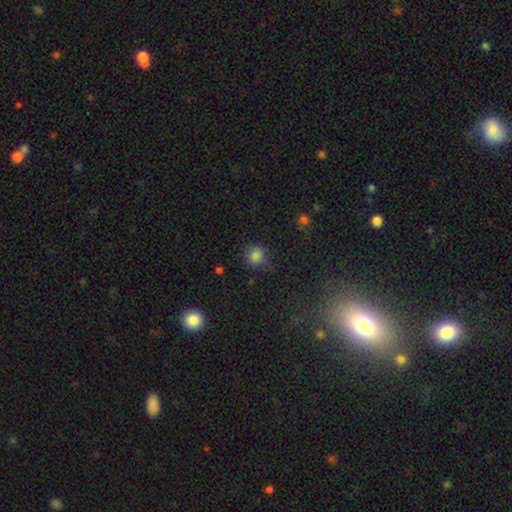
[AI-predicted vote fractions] Smooth or featured? Predicted: smooth (p=0.80). How rounded? Predicted: round (p=0.84). Merging? Predicted: none (p=0.75).